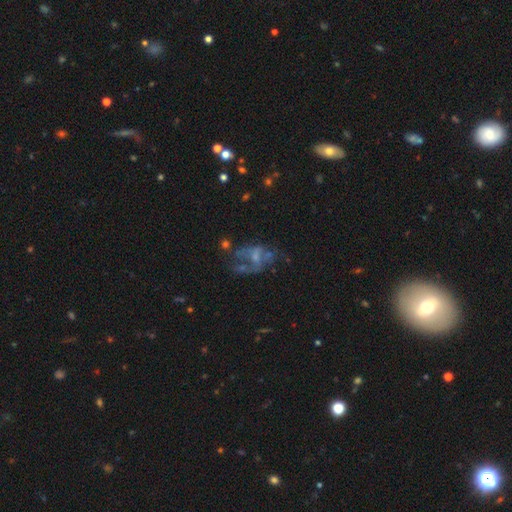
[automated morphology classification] Q: Smooth or featured?
A: featured or disk (58%); runner-up: smooth (26%)
Q: Edge-on disk?
A: no (97%); runner-up: yes (3%)
Q: Bar?
A: no (71%); runner-up: weak (24%)
Q: Spiral arms?
A: no (70%); runner-up: yes (30%)
Q: Bulge size?
A: small (36%); tied with: none (36%)
Q: Merging?
A: major disturbance (39%); runner-up: none (32%)